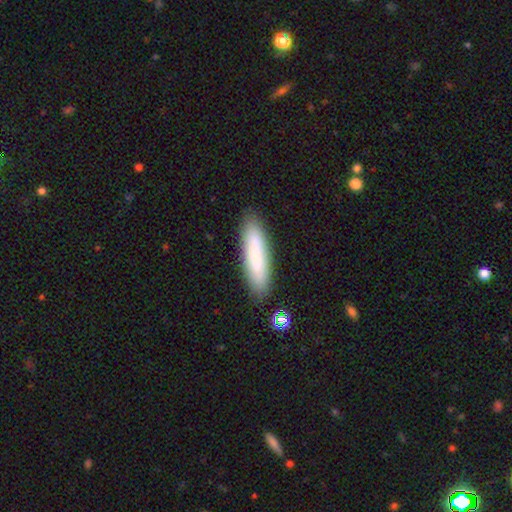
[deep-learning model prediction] This is clearly a smooth galaxy (81%). How rounded: likely cigar-shaped (75%). Merging: clearly none (88%).